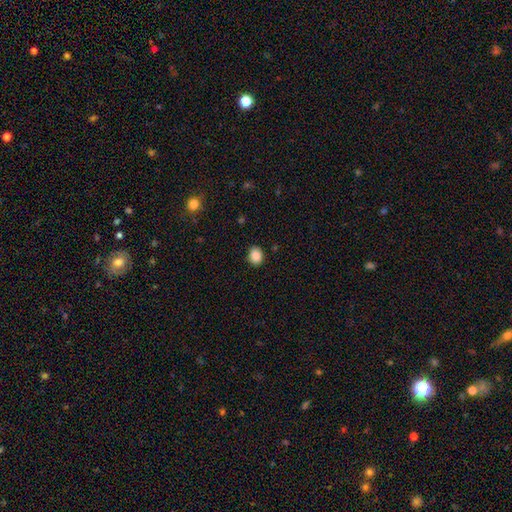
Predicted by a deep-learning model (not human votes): Q: Smooth or featured?
A: smooth (88%); runner-up: star or artifact (9%)
Q: How rounded?
A: round (54%); runner-up: in between (45%)
Q: Merging?
A: none (89%); runner-up: minor disturbance (8%)